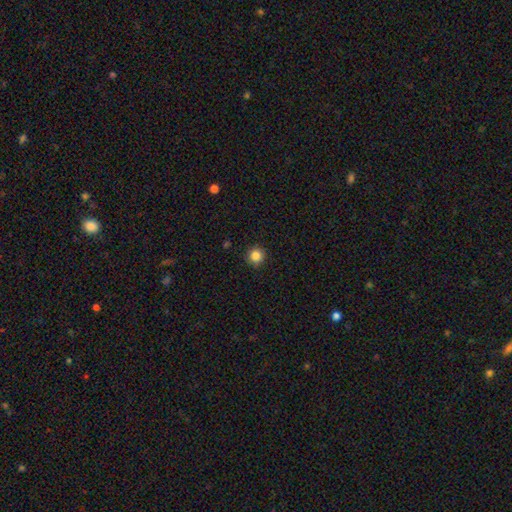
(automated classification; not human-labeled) This is clearly a smooth galaxy (85%). How rounded: clearly round (95%). Merging: clearly none (91%).